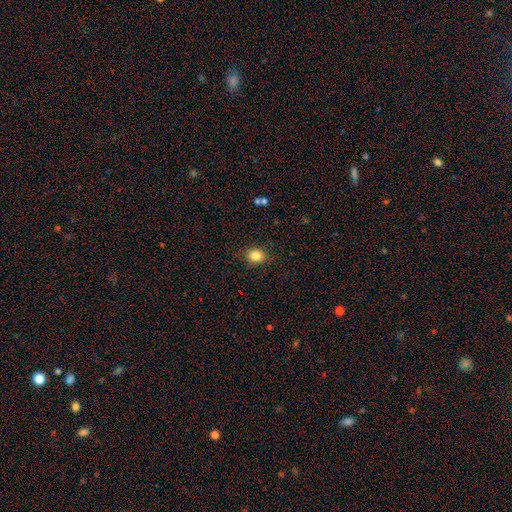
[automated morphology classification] This is clearly a smooth galaxy (84%). How rounded: likely round (63%). Merging: clearly none (87%).